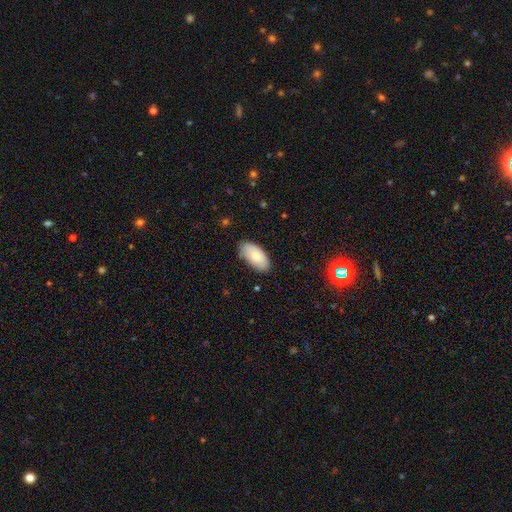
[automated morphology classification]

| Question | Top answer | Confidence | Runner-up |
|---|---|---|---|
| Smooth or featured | smooth | 85% | featured or disk (9%) |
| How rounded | in between | 95% | cigar-shaped (3%) |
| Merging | none | 81% | minor disturbance (15%) |